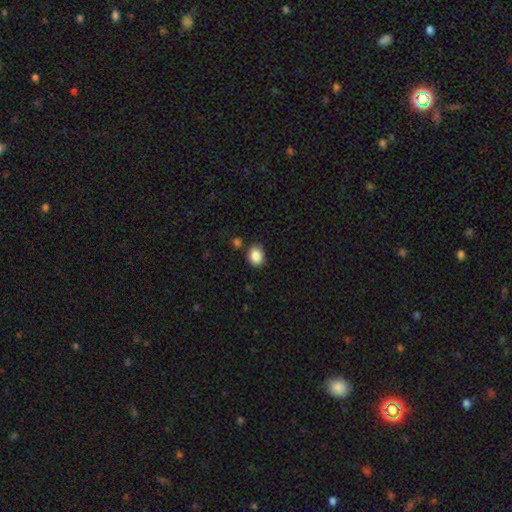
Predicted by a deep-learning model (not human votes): A smooth galaxy with no disk features (87%) that is round (59%). Merging: none (79%).